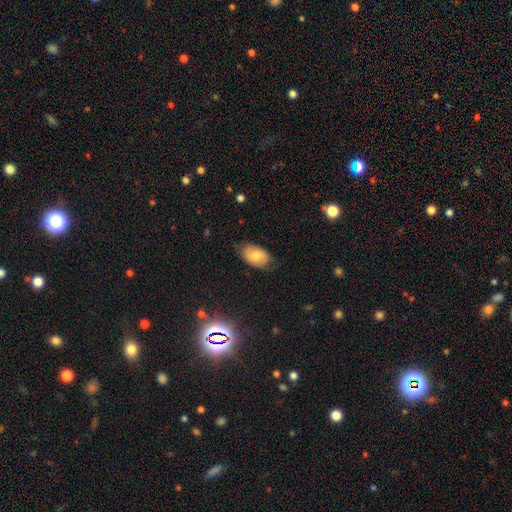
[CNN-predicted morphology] The model was most divided on "merging": none: 73%, minor disturbance: 22%, major disturbance: 4%, merger: 1%. More confident: how rounded — in between (91%); smooth or featured — smooth (72%).